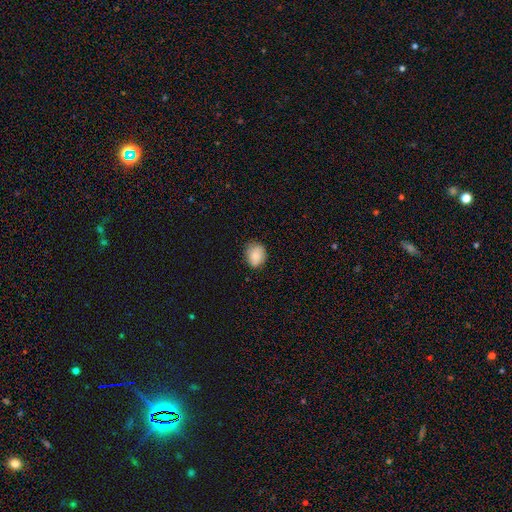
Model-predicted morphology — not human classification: Smooth or featured? smooth (81%)
How rounded? round (53%)
Merging? none (78%)